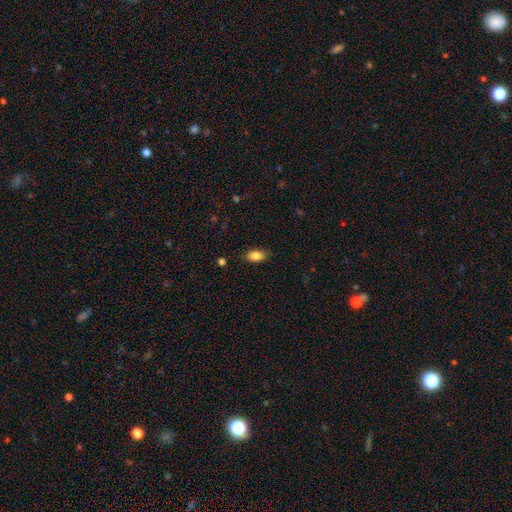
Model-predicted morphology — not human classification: Q: Smooth or featured?
A: smooth (87%); runner-up: star or artifact (8%)
Q: How rounded?
A: in between (90%); runner-up: round (7%)
Q: Merging?
A: none (84%); runner-up: minor disturbance (12%)